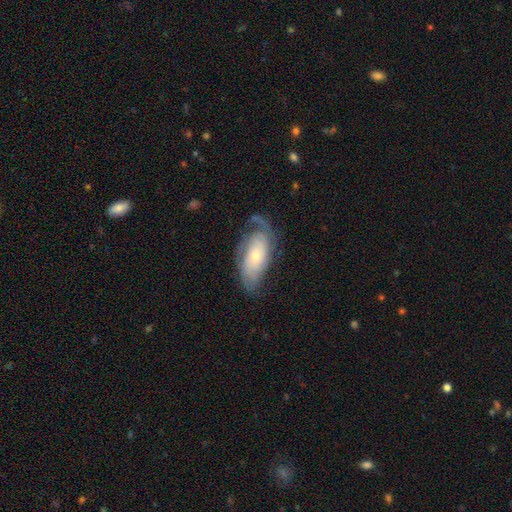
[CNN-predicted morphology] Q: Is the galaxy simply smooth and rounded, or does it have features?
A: featured or disk — 69%.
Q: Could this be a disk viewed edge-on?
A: no — 93%.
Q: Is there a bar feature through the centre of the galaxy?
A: no — 74%.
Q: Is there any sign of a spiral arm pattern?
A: yes — 89%.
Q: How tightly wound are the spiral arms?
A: tight — 45%.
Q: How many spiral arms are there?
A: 2 — 48%.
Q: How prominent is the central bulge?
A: small — 66%.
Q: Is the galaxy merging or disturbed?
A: none — 58%.